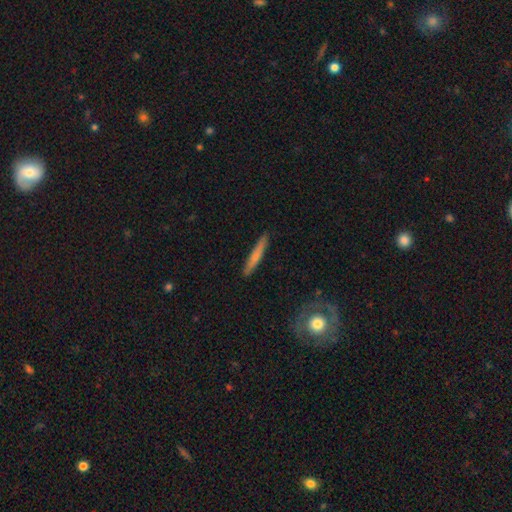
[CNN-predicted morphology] Smooth or featured: smooth — 68% (featured or disk — 27%)
How rounded: cigar-shaped — 96% (in between — 3%)
Merging: none — 90% (minor disturbance — 7%)